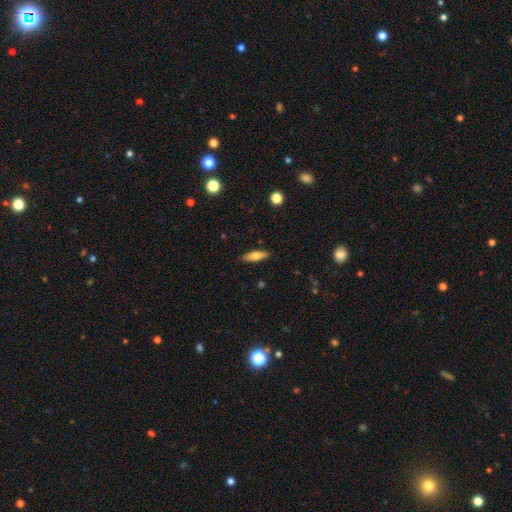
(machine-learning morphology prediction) This is likely a smooth galaxy (71%). How rounded: possibly cigar-shaped (51%). Merging: clearly none (88%).